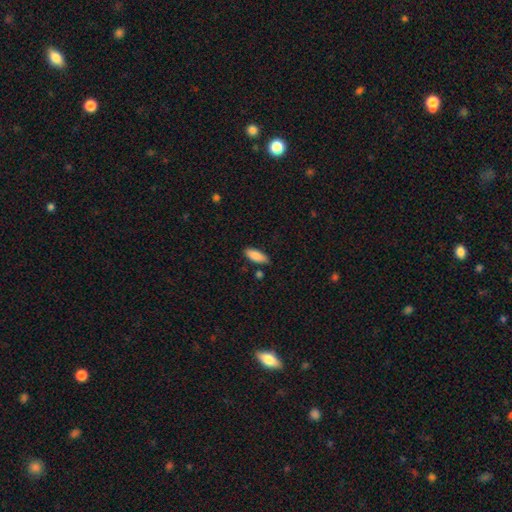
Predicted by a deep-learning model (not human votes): smooth 86%, featured or disk 8%, star or artifact 6%. Down the decision tree: how rounded — in between (73%); merging — none (81%).